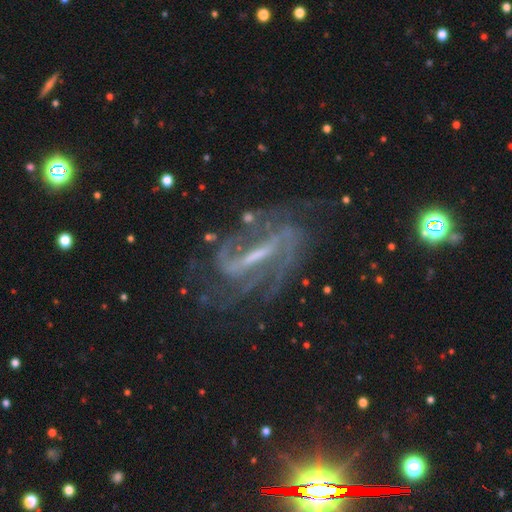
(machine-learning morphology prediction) This appears to be a featured or disk galaxy (88%) with a strong bar (70%), 2 (56%) medium (48%) spiral arms (95%) and a small central bulge (50%). Merging: none (64%).